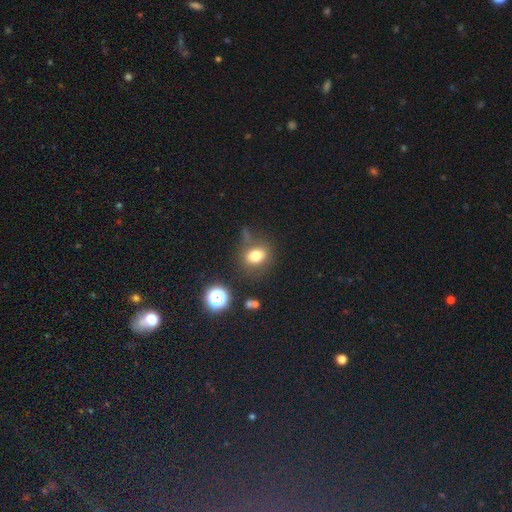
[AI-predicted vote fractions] Q: Smooth or featured?
A: smooth (76%); runner-up: star or artifact (14%)
Q: How rounded?
A: in between (56%); runner-up: round (43%)
Q: Merging?
A: none (71%); runner-up: minor disturbance (16%)